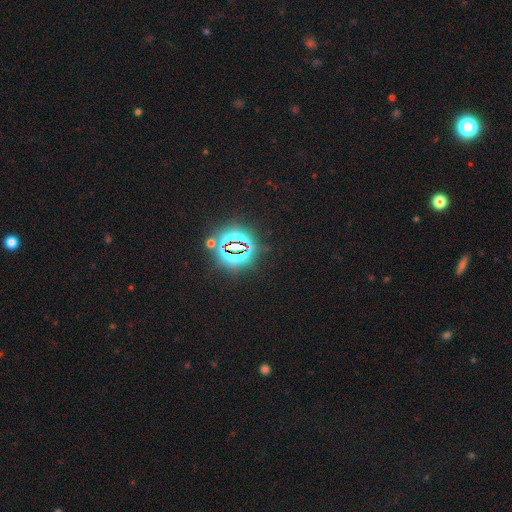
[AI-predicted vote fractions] A star or artifact, not a galaxy (84%).